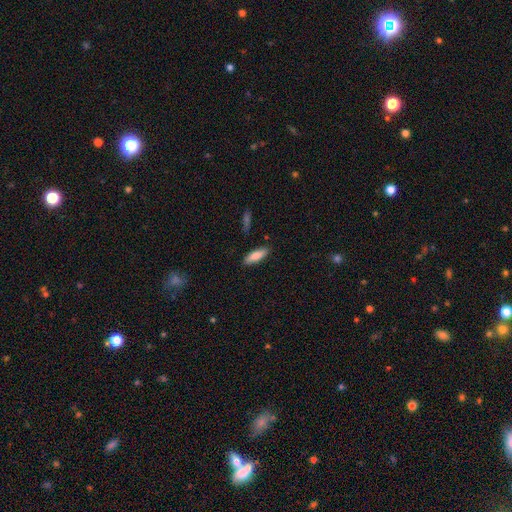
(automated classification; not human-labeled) Smooth or featured: smooth — 81% (featured or disk — 13%)
How rounded: in between — 56% (cigar-shaped — 43%)
Merging: none — 86% (minor disturbance — 10%)